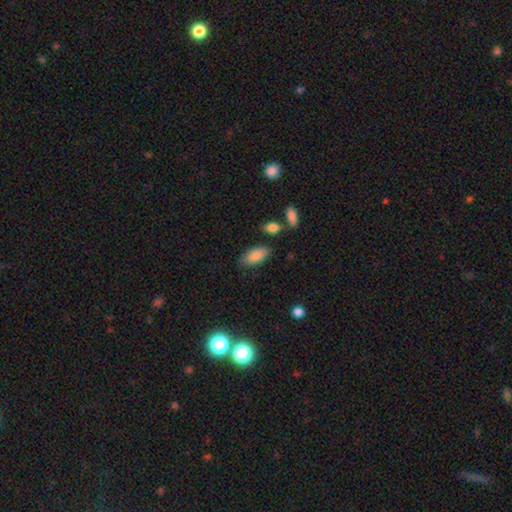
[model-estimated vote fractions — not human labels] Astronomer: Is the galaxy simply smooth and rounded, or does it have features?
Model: smooth — 86%.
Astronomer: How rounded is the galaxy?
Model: in between — 91%.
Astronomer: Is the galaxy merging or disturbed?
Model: none — 75%.